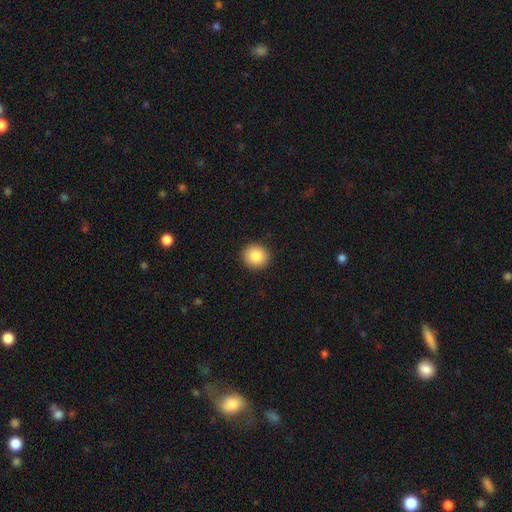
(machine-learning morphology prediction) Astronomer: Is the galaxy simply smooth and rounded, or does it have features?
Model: smooth — 86%.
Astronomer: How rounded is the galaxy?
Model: round — 89%.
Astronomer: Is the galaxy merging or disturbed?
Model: none — 92%.